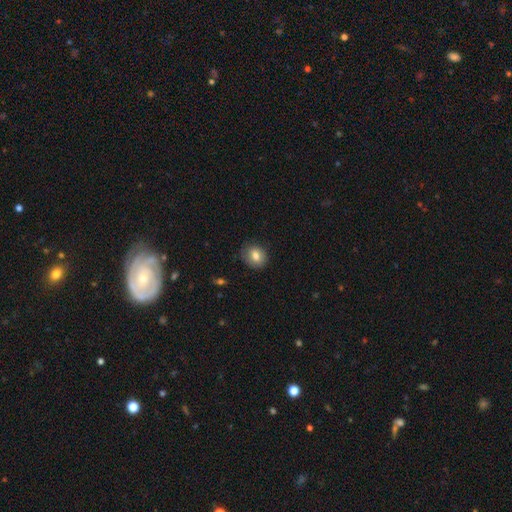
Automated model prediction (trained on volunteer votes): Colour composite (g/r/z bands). It shows a smooth galaxy with no disk features (79%) that is round (63%). Merging: none (82%).